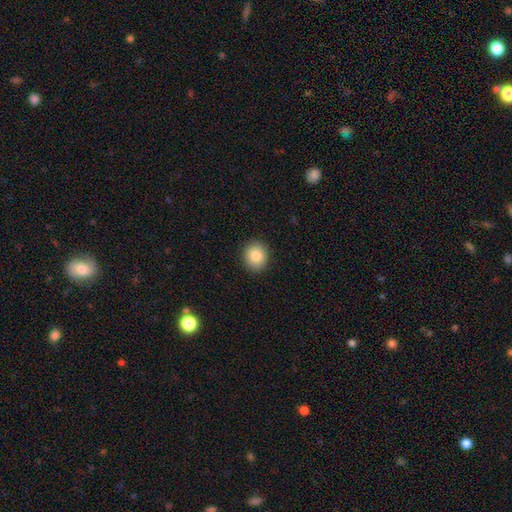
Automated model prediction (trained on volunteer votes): Overall: smooth (83%). How rounded: round (77%). Merging: none (90%).